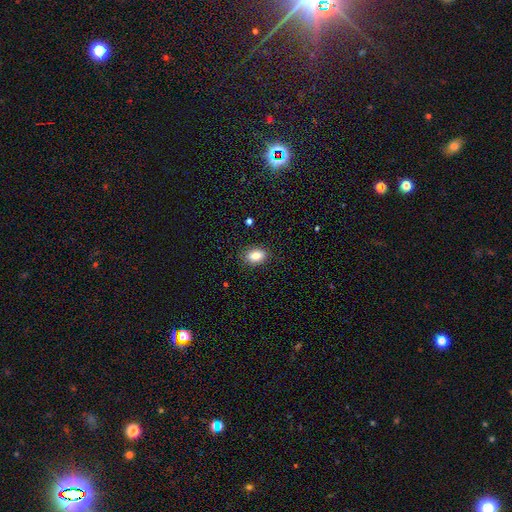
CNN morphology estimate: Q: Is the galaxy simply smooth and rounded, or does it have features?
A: smooth — 82%.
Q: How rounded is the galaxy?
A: in between — 78%.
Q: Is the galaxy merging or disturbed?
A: none — 87%.